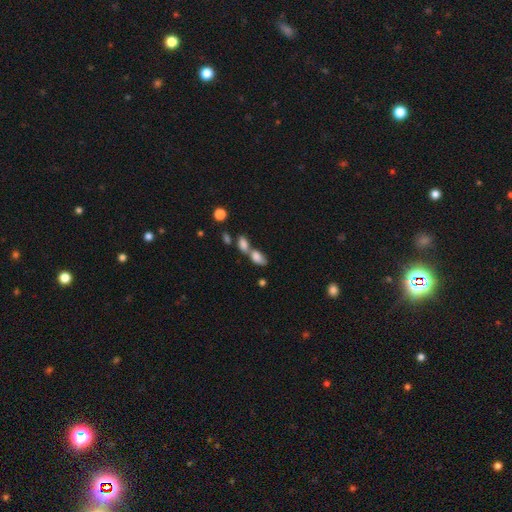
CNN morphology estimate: smooth-or-featured: smooth: 76% | featured or disk: 14% | star or artifact: 9%
  how-rounded: in between: 85% | round: 9% | cigar-shaped: 5%
  merging: merger: 67% | none: 20% | minor disturbance: 8% | major disturbance: 5%